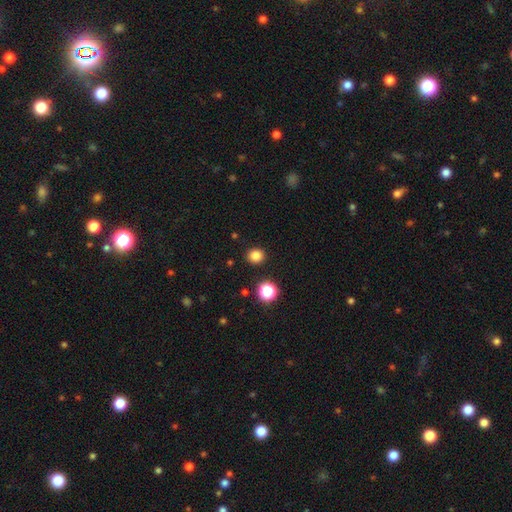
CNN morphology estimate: This is clearly a smooth galaxy (83%). How rounded: clearly round (84%). Merging: clearly none (91%).